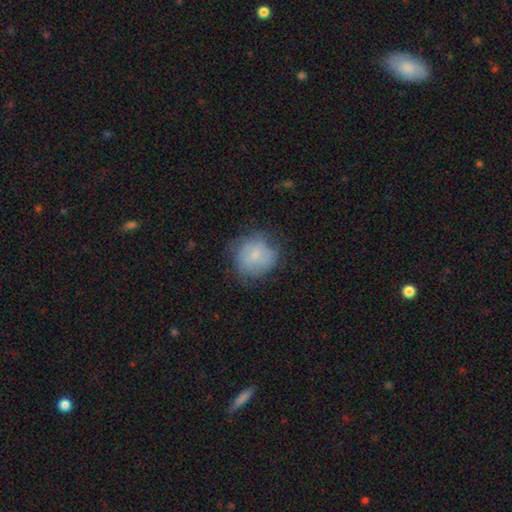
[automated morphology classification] smooth 67%, featured or disk 24%, star or artifact 9%. Down the decision tree: how rounded — round (83%); merging — none (62%).